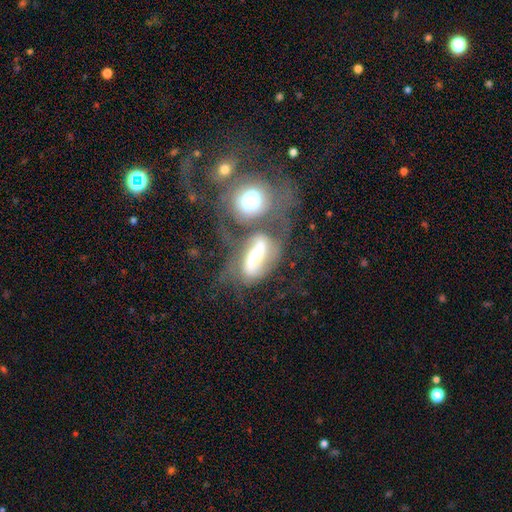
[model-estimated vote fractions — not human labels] Morphology: type=featured or disk (72%); edge-on=no (90%); bar=strong (50%); spiral arms=yes (84%); winding=loose (43%); arm count=2 (82%); bulge=moderate (47%); merging=merger (38%).